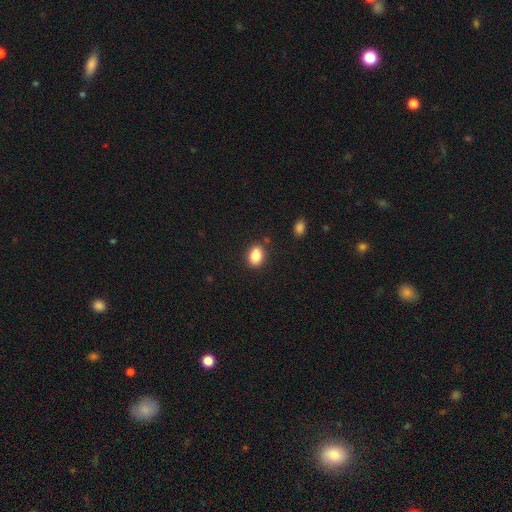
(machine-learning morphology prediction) A smooth galaxy with no disk features (86%) that is in between round and cigar-shaped (75%). Merging: none (84%).